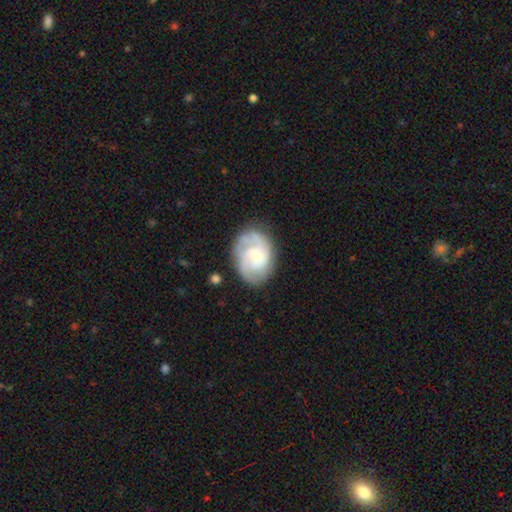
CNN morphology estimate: type=featured or disk (76%); edge-on=no (98%); bar=no (52%); spiral arms=yes (93%); winding=medium (45%); arm count=2 (41%); bulge=small (55%); merging=none (71%).